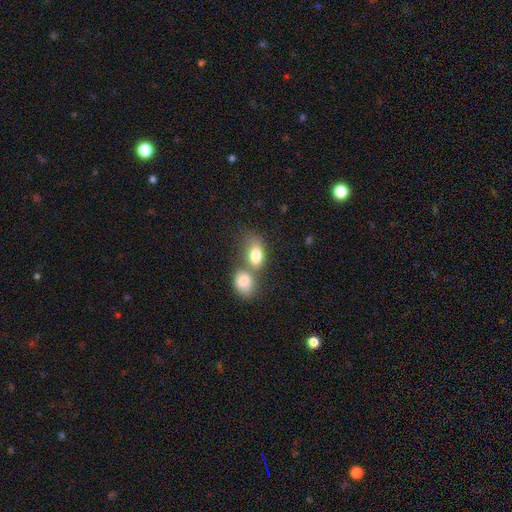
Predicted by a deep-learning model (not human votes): This is likely a smooth galaxy (79%). How rounded: likely in between (80%). Merging: possibly merger (58%).